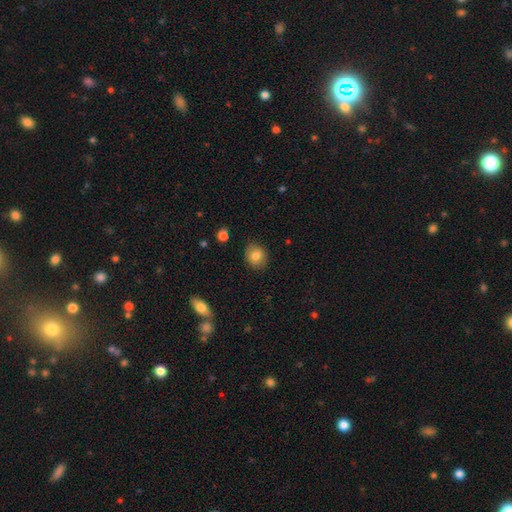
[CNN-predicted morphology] Smooth or featured? smooth (82%)
How rounded? round (65%)
Merging? none (86%)